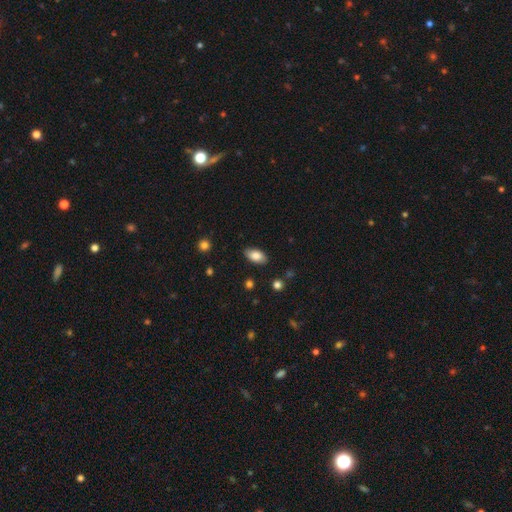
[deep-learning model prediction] This appears to be a smooth galaxy with no disk features (82%) that is in between round and cigar-shaped (92%). Merging: none (85%).